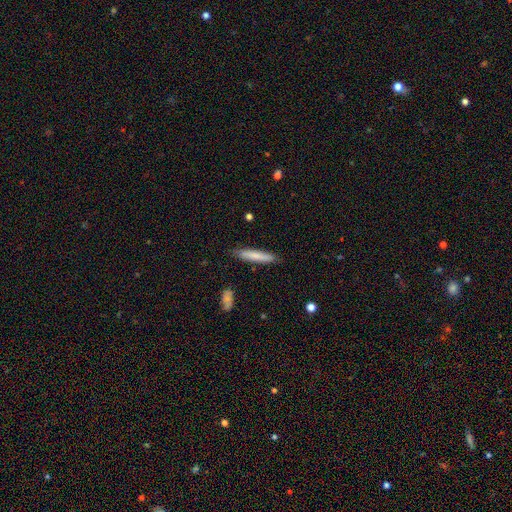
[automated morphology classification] Smooth or featured? Predicted: smooth (p=0.76). How rounded? Predicted: cigar-shaped (p=0.90). Merging? Predicted: none (p=0.86).